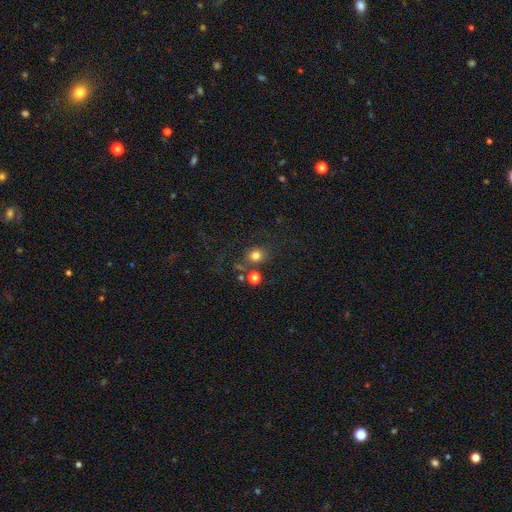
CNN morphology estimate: Smooth or featured? smooth (75%)
How rounded? round (78%)
Merging? none (66%)